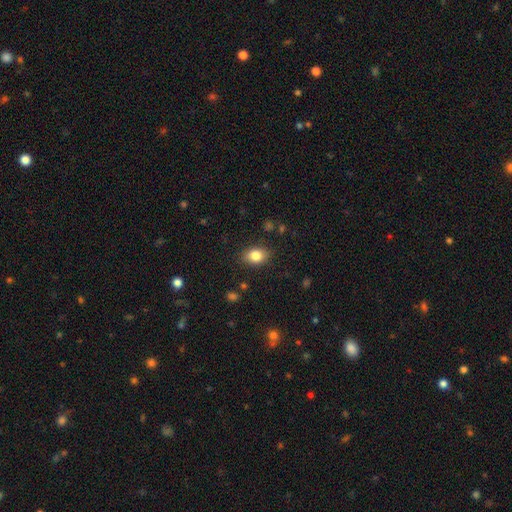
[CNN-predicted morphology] Smooth or featured: smooth — 83% (star or artifact — 9%)
How rounded: in between — 74% (round — 24%)
Merging: none — 85% (minor disturbance — 11%)